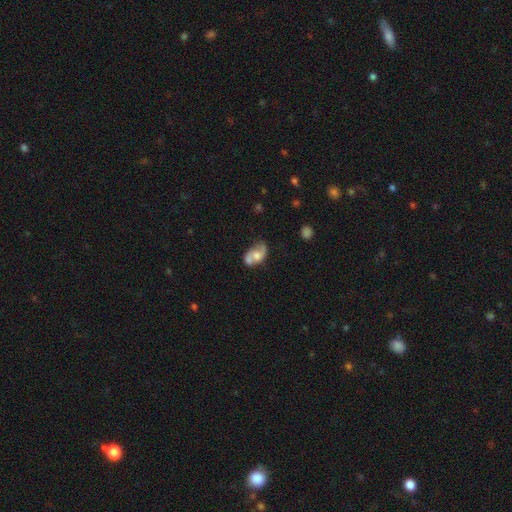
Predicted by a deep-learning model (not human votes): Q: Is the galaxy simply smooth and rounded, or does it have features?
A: featured or disk — 59%.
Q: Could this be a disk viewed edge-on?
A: no — 96%.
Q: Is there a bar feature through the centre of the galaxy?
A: no — 69%.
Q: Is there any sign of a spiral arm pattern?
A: yes — 76%.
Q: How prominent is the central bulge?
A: moderate — 58%.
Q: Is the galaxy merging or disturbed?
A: none — 41%.